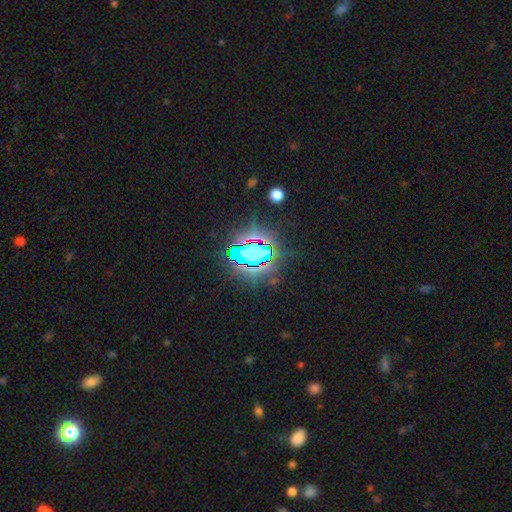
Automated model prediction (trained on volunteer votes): Smooth or featured?
  - star or artifact: 70% *
  - smooth: 18%
  - featured or disk: 12%